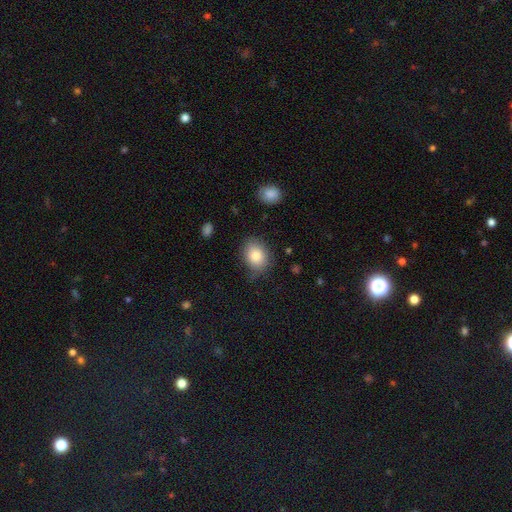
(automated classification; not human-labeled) smooth-or-featured: smooth: 82% | featured or disk: 10% | star or artifact: 8%
  how-rounded: in between: 60% | round: 39% | cigar-shaped: 1%
  merging: none: 69% | minor disturbance: 23% | major disturbance: 6% | merger: 2%